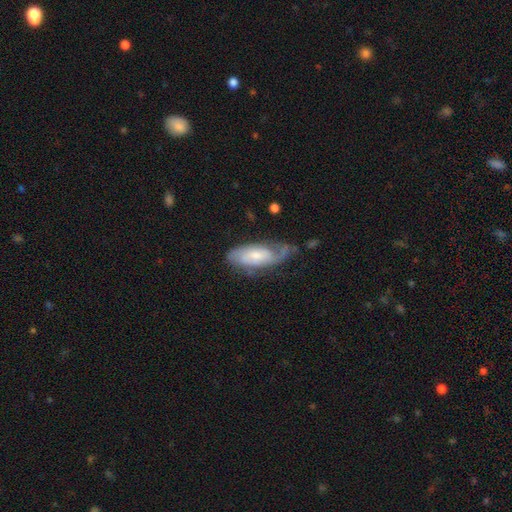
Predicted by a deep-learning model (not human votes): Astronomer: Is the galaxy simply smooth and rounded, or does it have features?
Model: featured or disk — 65%.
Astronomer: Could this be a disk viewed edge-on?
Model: no — 88%.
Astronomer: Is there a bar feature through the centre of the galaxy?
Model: no — 59%.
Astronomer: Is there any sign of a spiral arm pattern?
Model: yes — 88%.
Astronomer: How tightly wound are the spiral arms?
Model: medium — 41% (runner-up: tight, 39%).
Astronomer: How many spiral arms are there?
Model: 2 — 53%.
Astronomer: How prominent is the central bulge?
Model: small — 43% (runner-up: moderate, 40%).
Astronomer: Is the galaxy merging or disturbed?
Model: none — 53% (runner-up: minor disturbance, 28%).